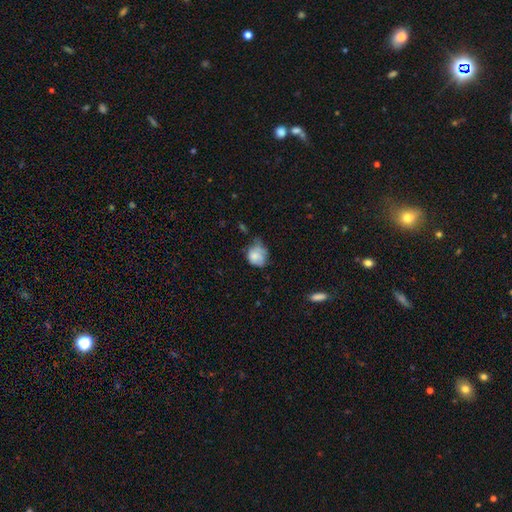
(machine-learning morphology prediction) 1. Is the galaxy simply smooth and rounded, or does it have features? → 73% smooth, 18% featured or disk, 8% star or artifact.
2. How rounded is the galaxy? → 65% round, 34% in between, 1% cigar-shaped.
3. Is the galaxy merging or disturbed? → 42% minor disturbance, 35% none, 18% major disturbance, 5% merger.